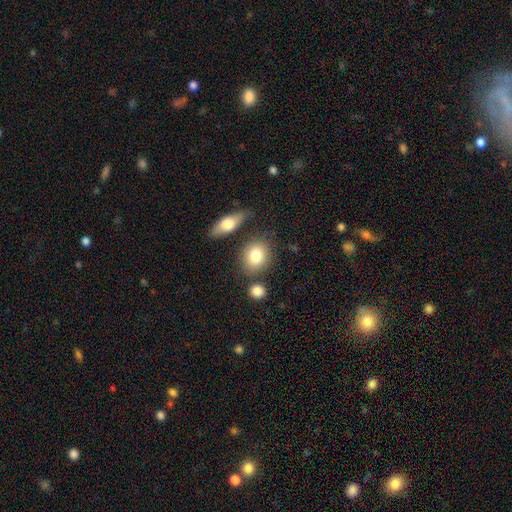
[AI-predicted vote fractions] Q: Smooth or featured?
A: smooth (80%); runner-up: featured or disk (12%)
Q: How rounded?
A: in between (50%); runner-up: round (48%)
Q: Merging?
A: none (72%); runner-up: minor disturbance (12%)